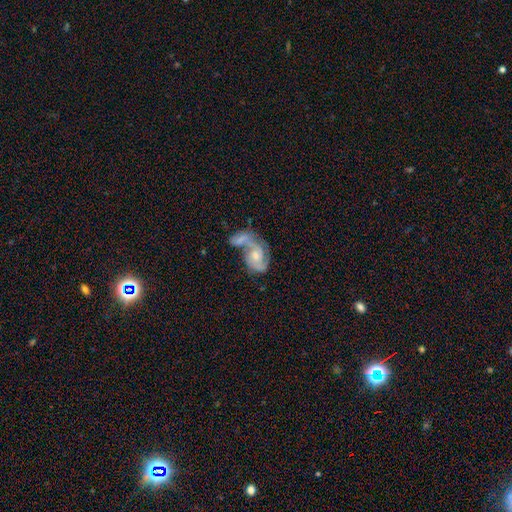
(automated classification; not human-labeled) Smooth or featured? featured or disk (78%)
Edge-on disk? no (97%)
Bar? no (66%)
Spiral arms? yes (91%)
Spiral winding? medium (49%)
Spiral arm count? 2 (77%)
Bulge size? moderate (50%)
Merging? merger (61%)